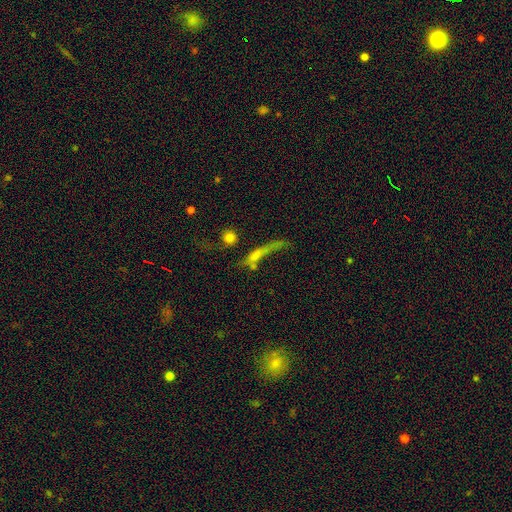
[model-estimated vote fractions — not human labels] Overall: smooth (50%; featured or disk 35%). How rounded: cigar-shaped (68%). Merging: none (34%; major disturbance 28%).